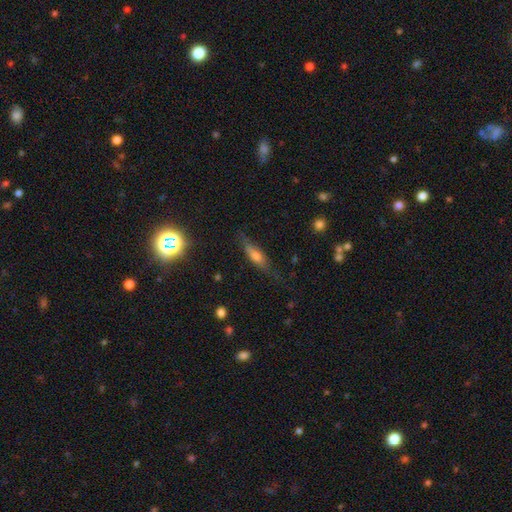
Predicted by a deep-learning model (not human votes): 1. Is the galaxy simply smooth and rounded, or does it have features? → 51% smooth, 39% featured or disk, 10% star or artifact.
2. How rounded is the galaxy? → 60% cigar-shaped, 36% in between, 3% round.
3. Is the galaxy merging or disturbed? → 72% none, 20% minor disturbance, 6% major disturbance, 2% merger.